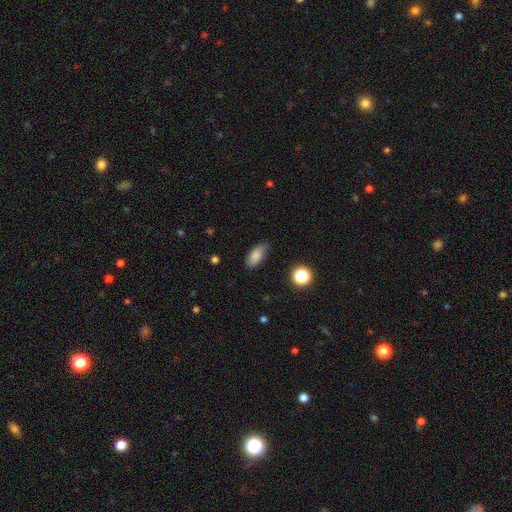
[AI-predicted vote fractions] smooth_or_featured: smooth (p=0.81) [alt: featured or disk p=0.10]
how_rounded: in between (p=0.85) [alt: cigar-shaped p=0.11]
merging: none (p=0.76) [alt: minor disturbance p=0.19]